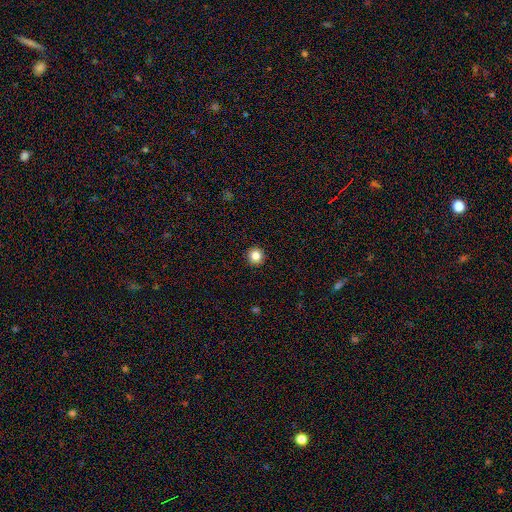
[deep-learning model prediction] smooth_or_featured: smooth (p=0.84) [alt: star or artifact p=0.11]
how_rounded: round (p=0.95) [alt: in between p=0.04]
merging: none (p=0.94) [alt: minor disturbance p=0.04]